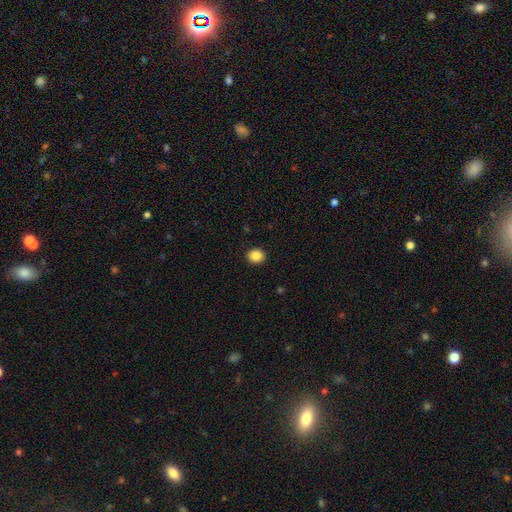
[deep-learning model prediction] This appears to be a smooth galaxy with no disk features (88%) that is round (77%). Merging: none (92%).